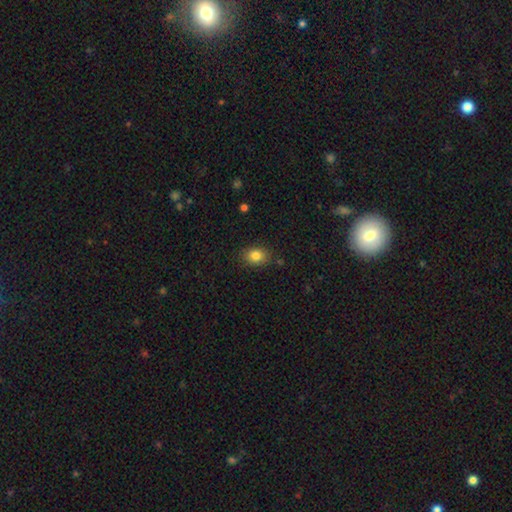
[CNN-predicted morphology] The model was most divided on "how rounded": in between: 64%, round: 35%, cigar-shaped: 1%. More confident: merging — none (85%); smooth or featured — smooth (84%).